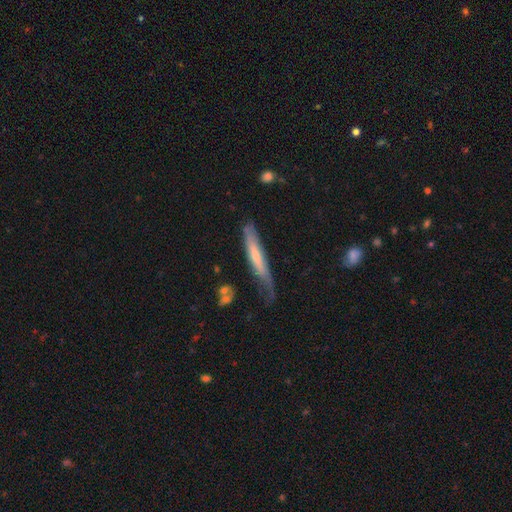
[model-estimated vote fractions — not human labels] Smooth or featured? Predicted: featured or disk (p=0.48). Merging? Predicted: none (p=0.51).